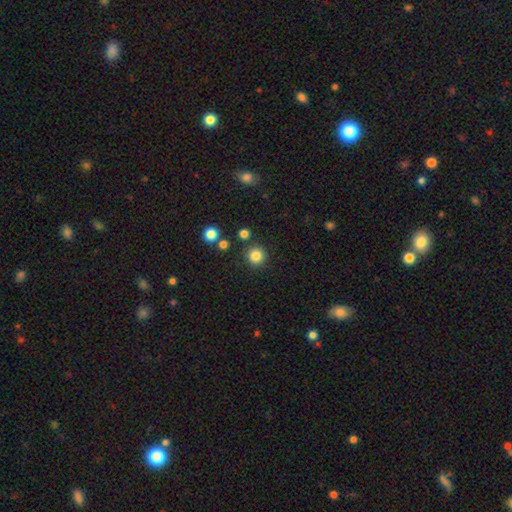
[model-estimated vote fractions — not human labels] smooth-or-featured: smooth: 84% | star or artifact: 12% | featured or disk: 4%
  how-rounded: round: 94% | in between: 5% | cigar-shaped: 1%
  merging: none: 90% | minor disturbance: 5% | merger: 3% | major disturbance: 2%